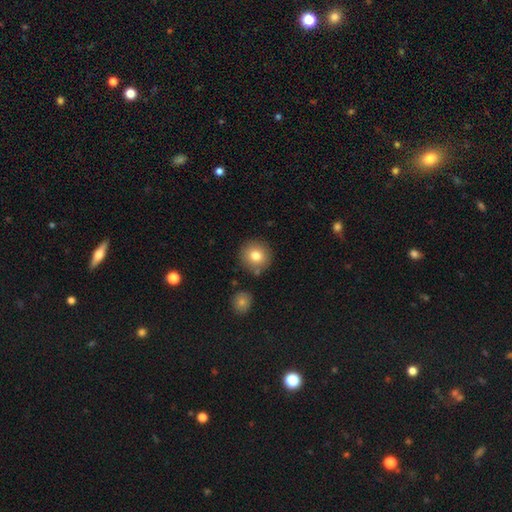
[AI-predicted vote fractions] Smooth or featured? Predicted: smooth (p=0.79). How rounded? Predicted: round (p=0.93). Merging? Predicted: none (p=0.83).